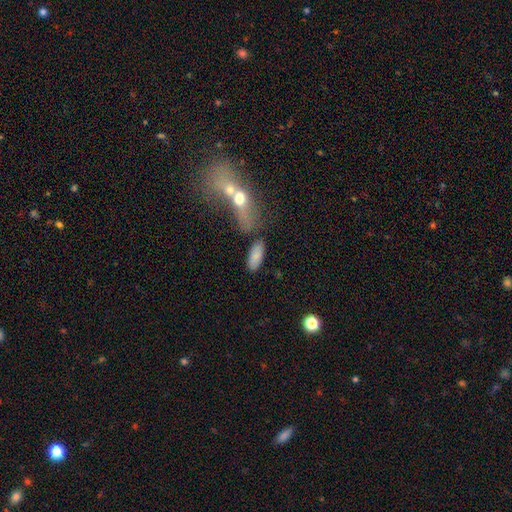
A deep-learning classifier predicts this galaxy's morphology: A smooth galaxy with no disk features (81%) that is in between round and cigar-shaped (84%).

Vote fractions:
- Smooth or featured? smooth: 81% / featured or disk: 12% / star or artifact: 7%
- How rounded? in between: 84% / cigar-shaped: 14% / round: 3%
- Merging? none: 74% / minor disturbance: 13% / merger: 9% / major disturbance: 5%